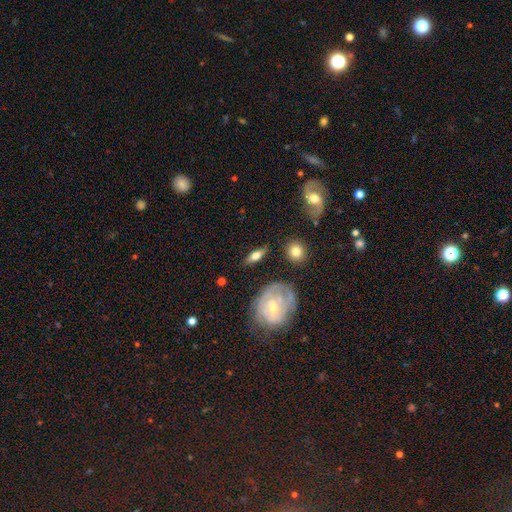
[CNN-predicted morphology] Smooth or featured? featured or disk (47%)
Merging? none (79%)